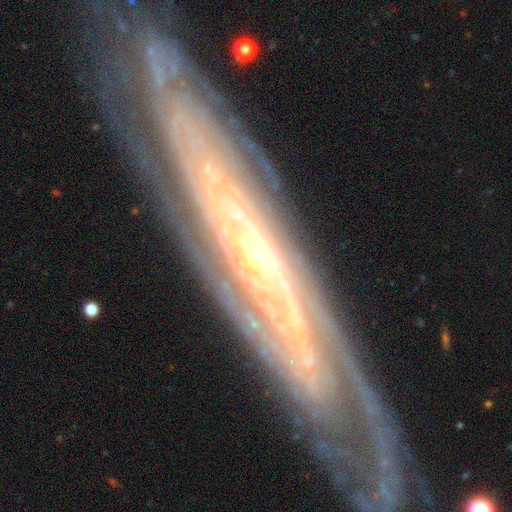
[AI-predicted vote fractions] The model was most divided on "spiral arm count": can't tell: 41%, 2: 22%, 3: 11%, 4: 10%, more than 4: 10%, 1: 6%. More confident: spiral arms — yes (96%); smooth or featured — featured or disk (87%); merging — none (83%); bulge size — small (82%); spiral winding — tight (72%); edge-on disk — no (63%); bar — no (55%).